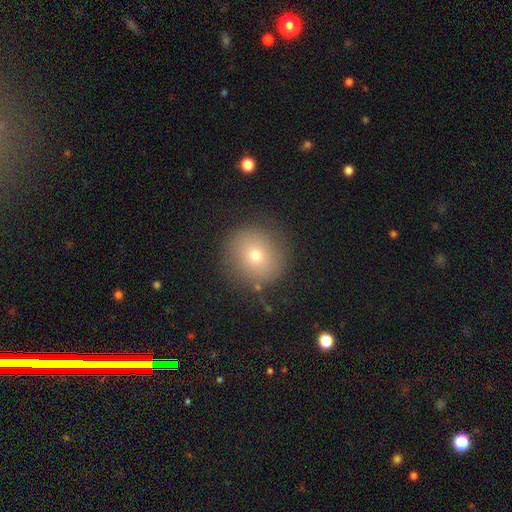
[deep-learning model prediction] Q: Smooth or featured?
A: smooth (69%); runner-up: featured or disk (16%)
Q: How rounded?
A: round (90%); runner-up: in between (9%)
Q: Merging?
A: none (83%); runner-up: minor disturbance (11%)